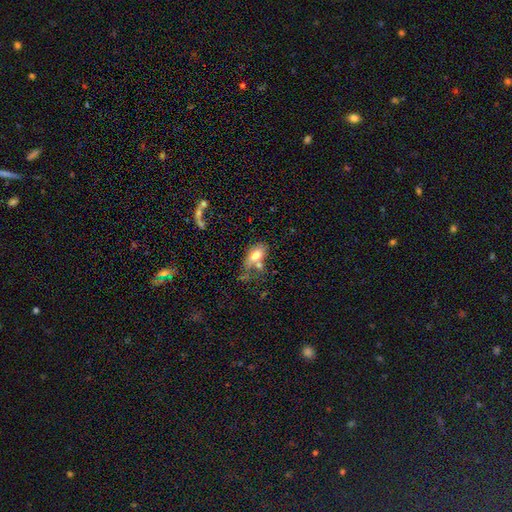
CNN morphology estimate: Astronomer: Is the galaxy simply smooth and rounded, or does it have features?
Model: smooth — 69%.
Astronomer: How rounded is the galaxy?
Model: in between — 86%.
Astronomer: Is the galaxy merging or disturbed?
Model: merger — 35% (runner-up: none, 27%).